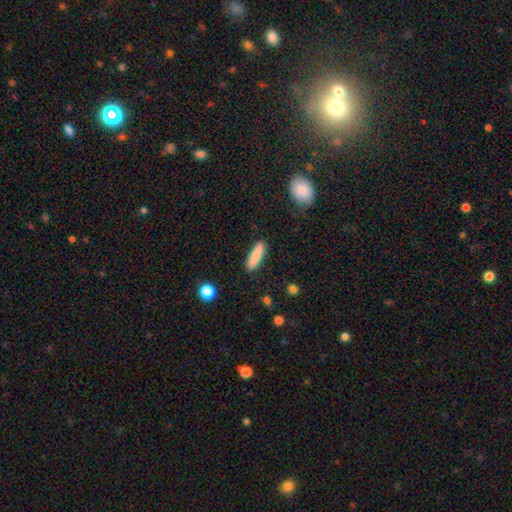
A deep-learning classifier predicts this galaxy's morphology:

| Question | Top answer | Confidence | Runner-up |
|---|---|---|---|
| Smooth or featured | smooth | 83% | featured or disk (10%) |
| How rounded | cigar-shaped | 70% | in between (28%) |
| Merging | none | 89% | minor disturbance (8%) |